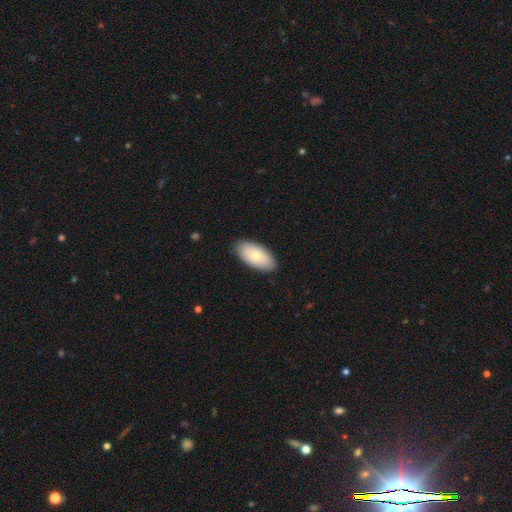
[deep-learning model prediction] smooth-or-featured: smooth: 77% | featured or disk: 17% | star or artifact: 5%
  how-rounded: in between: 94% | cigar-shaped: 3% | round: 2%
  merging: none: 88% | minor disturbance: 9% | major disturbance: 2% | merger: 1%